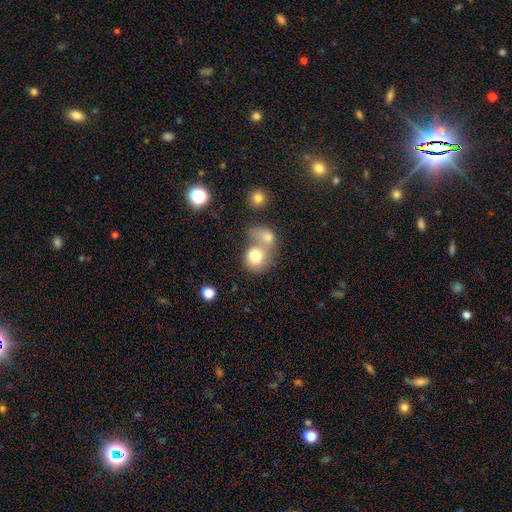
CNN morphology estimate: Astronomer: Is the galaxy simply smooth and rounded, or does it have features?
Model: smooth — 74%.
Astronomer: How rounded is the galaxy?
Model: round — 70%.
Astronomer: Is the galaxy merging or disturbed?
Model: merger — 64%.